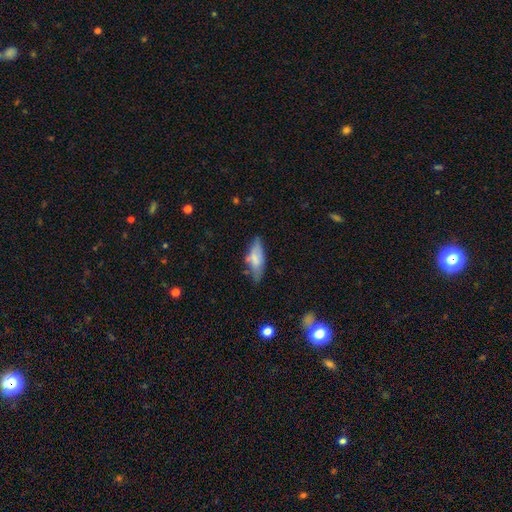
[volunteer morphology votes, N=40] type=smooth (70%); roundness=cigar-shaped (61%); merging=none (70%).